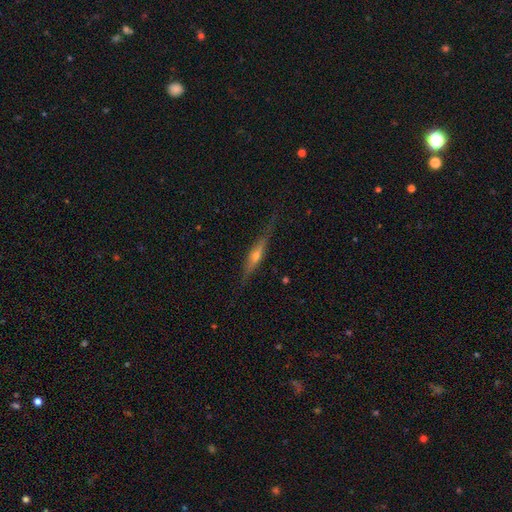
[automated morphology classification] A featured or disk galaxy (68%) viewed edge-on (94%) with a rounded central bulge (84%).

Vote fractions:
- Smooth or featured? featured or disk: 68% / smooth: 25% / star or artifact: 7%
- Edge-on disk? yes: 94% / no: 6%
- Edge-on bulge? rounded: 84% / none: 9% / boxy: 7%
- Merging? none: 78% / minor disturbance: 16% / major disturbance: 5% / merger: 1%